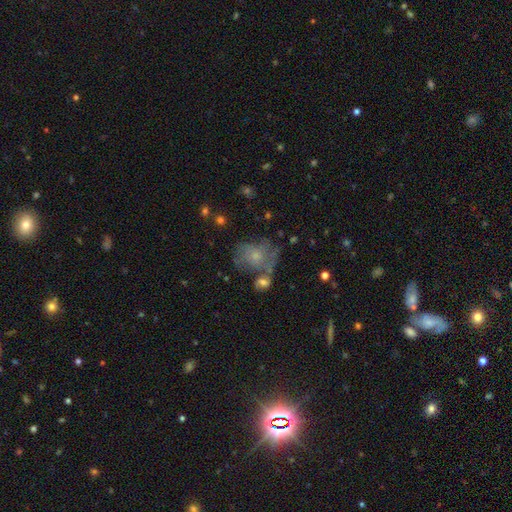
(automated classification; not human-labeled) This appears to be a featured or disk galaxy (46%). Merging: none (39%).